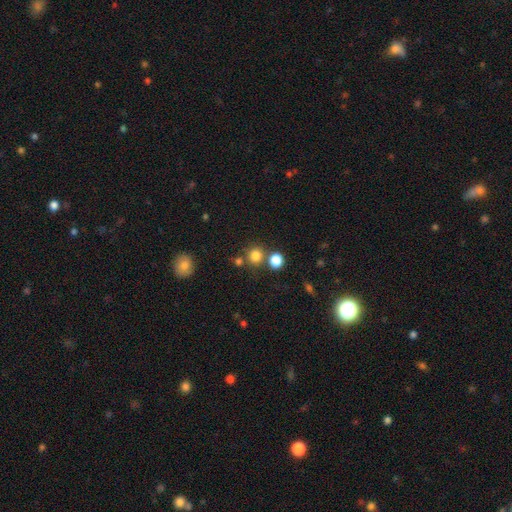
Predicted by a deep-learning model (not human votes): A smooth galaxy with no disk features (79%) that is round (88%). Merging: none (69%).